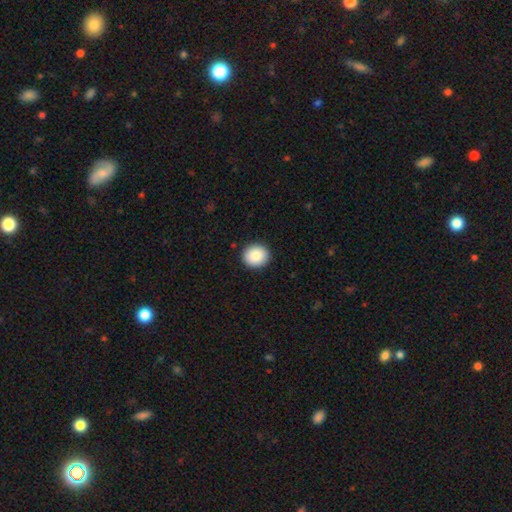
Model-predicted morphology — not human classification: This appears to be a smooth galaxy with no disk features (87%) that is round (85%). Merging: none (92%).